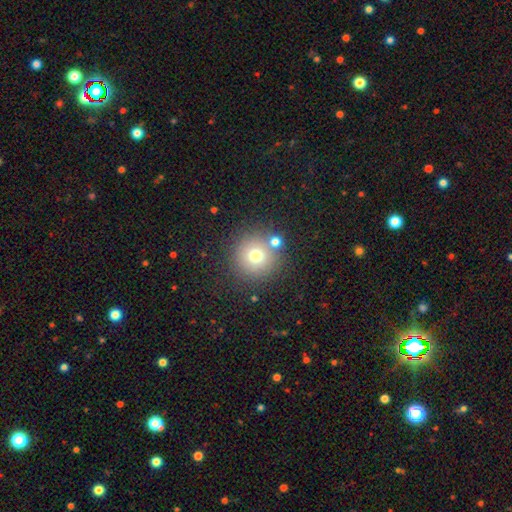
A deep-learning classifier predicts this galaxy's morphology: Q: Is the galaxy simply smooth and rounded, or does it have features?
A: smooth — 70%.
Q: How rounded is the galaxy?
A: round — 95%.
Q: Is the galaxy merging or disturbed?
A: none — 77%.